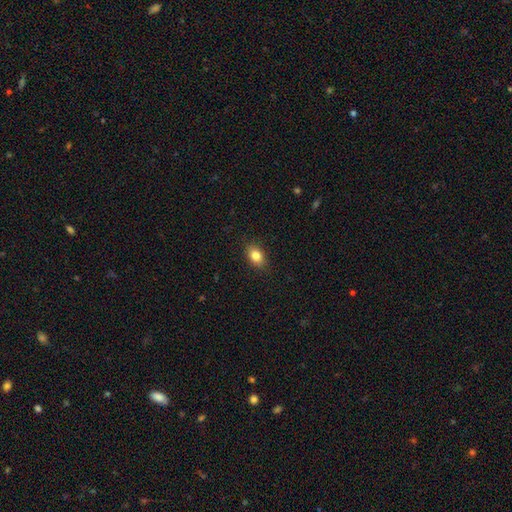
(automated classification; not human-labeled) A smooth galaxy with no disk features (84%) that is in between round and cigar-shaped (80%). Merging: none (88%).